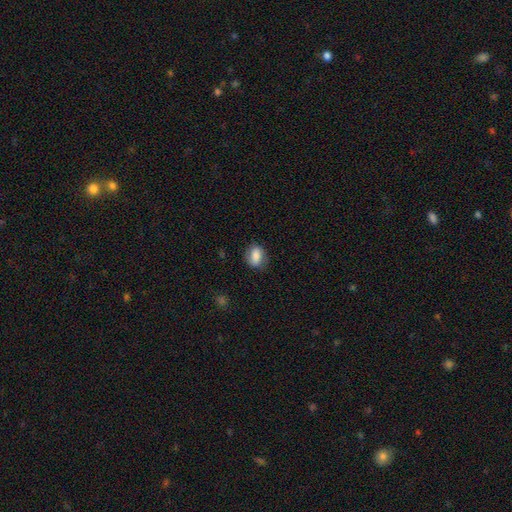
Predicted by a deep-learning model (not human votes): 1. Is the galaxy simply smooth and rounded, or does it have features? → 83% smooth, 10% featured or disk, 8% star or artifact.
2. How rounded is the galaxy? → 74% in between, 23% round, 3% cigar-shaped.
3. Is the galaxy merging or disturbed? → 75% none, 19% minor disturbance, 5% major disturbance, 1% merger.